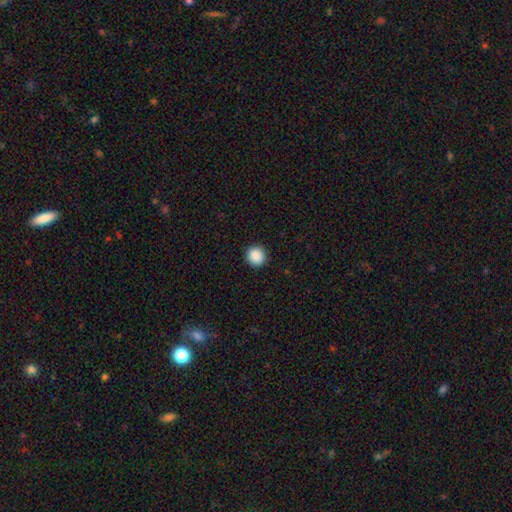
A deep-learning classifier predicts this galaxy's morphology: smooth_or_featured: smooth (p=0.89) [alt: star or artifact p=0.09]
how_rounded: round (p=0.93) [alt: in between p=0.06]
merging: none (p=0.92) [alt: minor disturbance p=0.05]